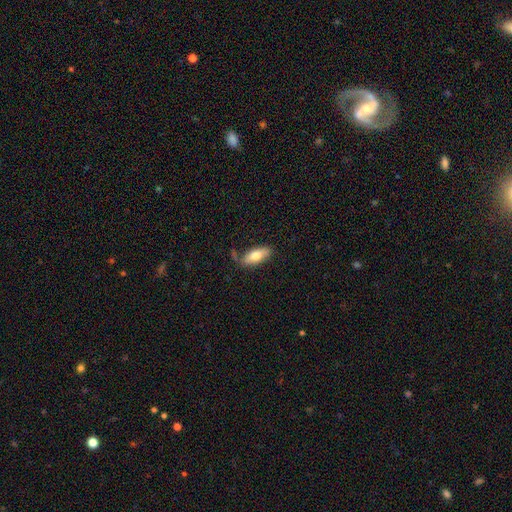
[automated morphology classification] This appears to be a smooth galaxy with no disk features (70%) that is in between round and cigar-shaped (78%). Merging: none (72%).